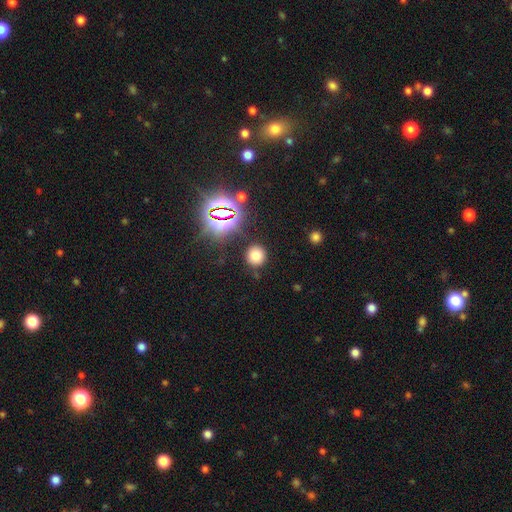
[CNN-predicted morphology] This appears to be a smooth galaxy with no disk features (71%) that is round (90%). Merging: none (86%).